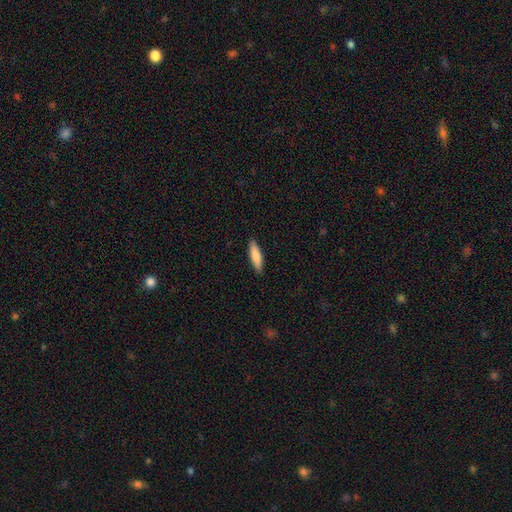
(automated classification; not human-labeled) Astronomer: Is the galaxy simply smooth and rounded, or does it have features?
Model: smooth — 83%.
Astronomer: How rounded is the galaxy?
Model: cigar-shaped — 69%.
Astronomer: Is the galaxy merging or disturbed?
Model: none — 90%.